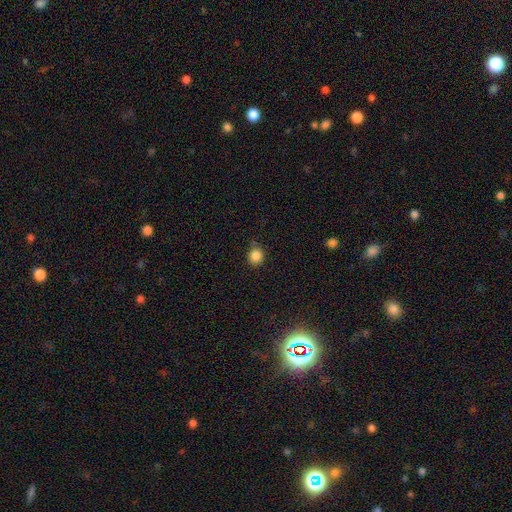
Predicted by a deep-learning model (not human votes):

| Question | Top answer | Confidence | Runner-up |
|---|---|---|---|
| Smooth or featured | smooth | 85% | star or artifact (11%) |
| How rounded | round | 87% | in between (12%) |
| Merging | none | 75% | minor disturbance (19%) |